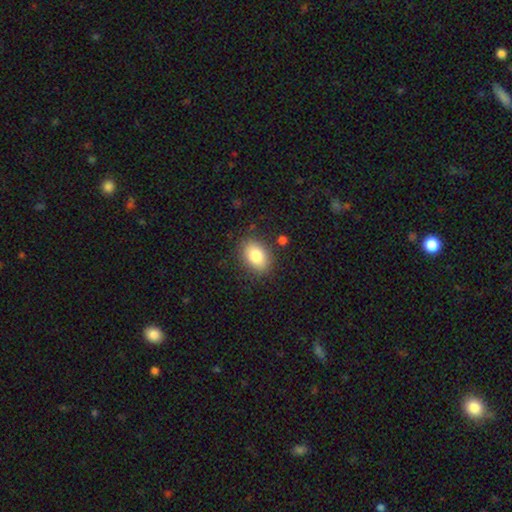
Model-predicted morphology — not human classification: Smooth or featured? Predicted: smooth (p=0.83). How rounded? Predicted: in between (p=0.79). Merging? Predicted: none (p=0.84).